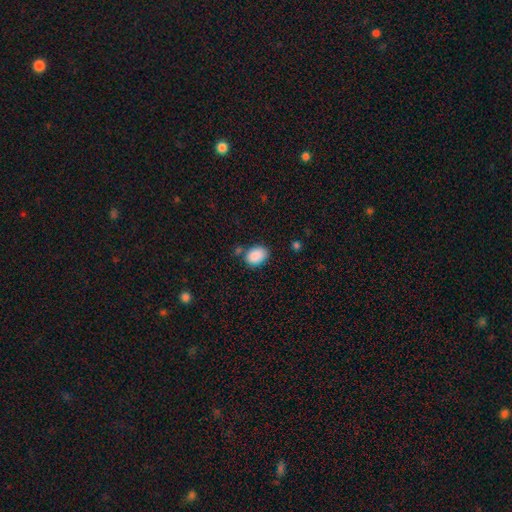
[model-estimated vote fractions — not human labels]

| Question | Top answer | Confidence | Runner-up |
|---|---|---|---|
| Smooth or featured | smooth | 89% | star or artifact (7%) |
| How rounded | in between | 81% | round (18%) |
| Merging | none | 73% | minor disturbance (17%) |